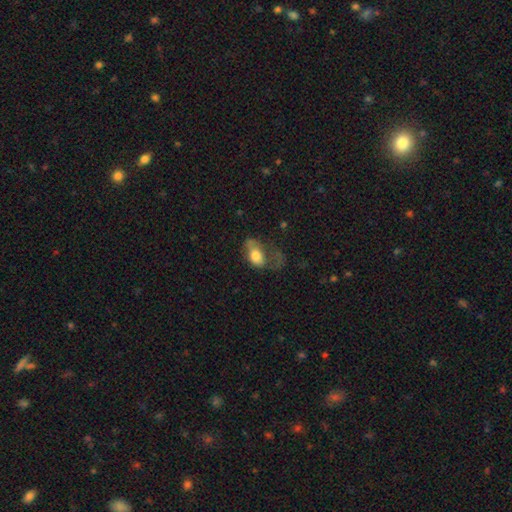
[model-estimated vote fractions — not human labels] Smooth or featured?
  - smooth: 66% *
  - featured or disk: 25%
  - star or artifact: 8%
How rounded?
  - in between: 83% *
  - round: 15%
  - cigar-shaped: 2%
Merging?
  - major disturbance: 55% *
  - none: 21%
  - minor disturbance: 21%
  - merger: 4%